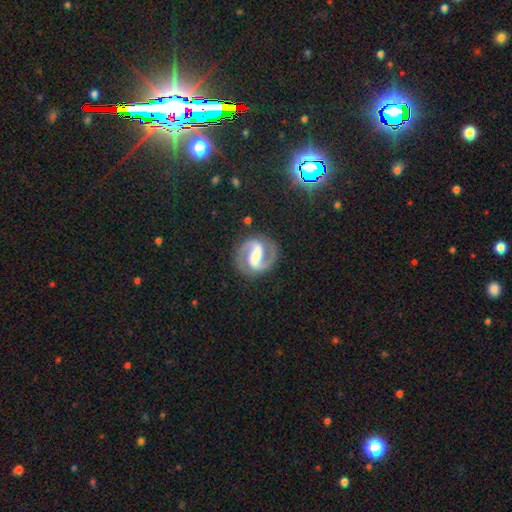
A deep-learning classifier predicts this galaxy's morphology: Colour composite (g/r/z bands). It shows a featured or disk galaxy (91%) with a strong bar (62%), 2 (94%) medium (59%) spiral arms (97%) and a moderate central bulge (49%). Merging: none (86%).